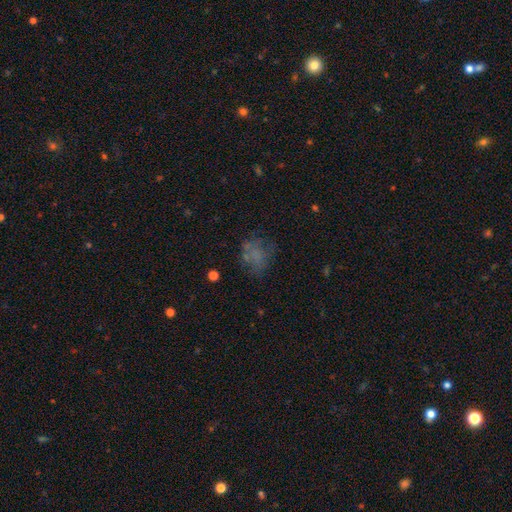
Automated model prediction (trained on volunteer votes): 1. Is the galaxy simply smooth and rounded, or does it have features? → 53% smooth, 30% featured or disk, 17% star or artifact.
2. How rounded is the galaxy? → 50% in between, 48% round, 1% cigar-shaped.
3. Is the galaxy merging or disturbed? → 50% none, 22% major disturbance, 22% minor disturbance, 6% merger.